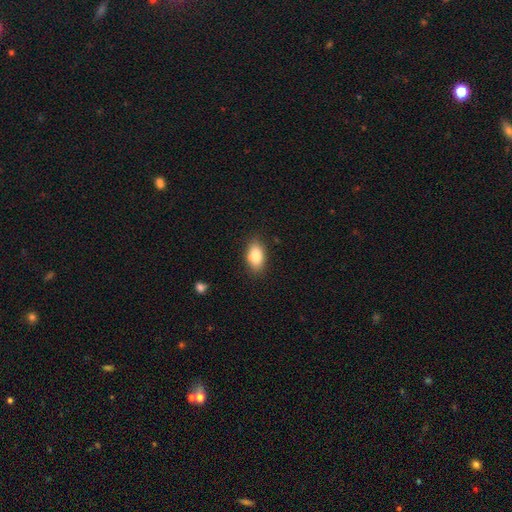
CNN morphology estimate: A smooth galaxy with no disk features (83%) that is in between round and cigar-shaped (89%).

Vote fractions:
- Smooth or featured? smooth: 83% / featured or disk: 9% / star or artifact: 8%
- How rounded? in between: 89% / round: 8% / cigar-shaped: 3%
- Merging? none: 84% / minor disturbance: 12% / major disturbance: 2% / merger: 2%